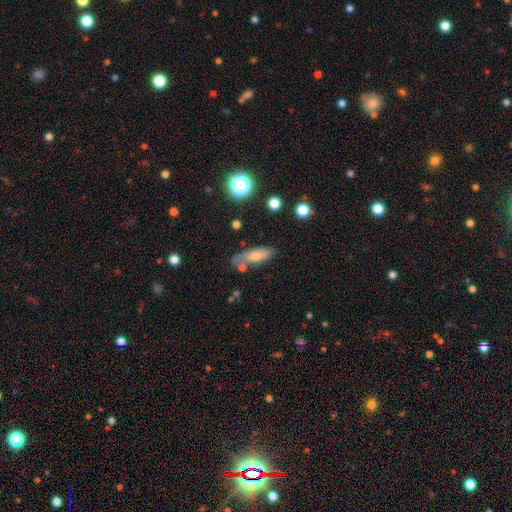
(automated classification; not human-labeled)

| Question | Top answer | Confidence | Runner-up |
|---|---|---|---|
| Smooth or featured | smooth | 71% | featured or disk (20%) |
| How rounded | in between | 58% | cigar-shaped (39%) |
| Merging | none | 63% | minor disturbance (20%) |